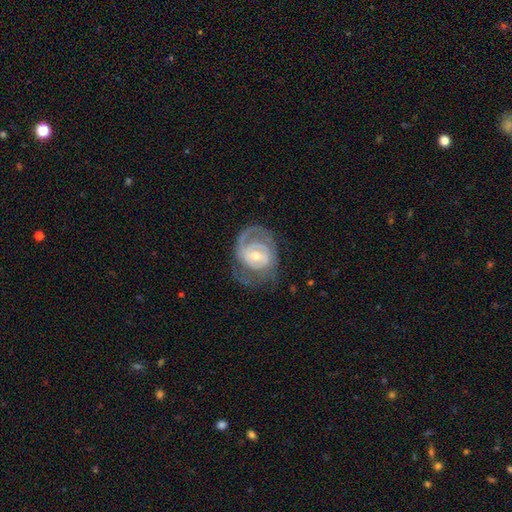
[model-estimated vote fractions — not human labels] Smooth or featured? Predicted: featured or disk (p=0.83). Edge-on disk? Predicted: no (p=0.97). Bar? Predicted: no (p=0.49). Spiral arms? Predicted: yes (p=0.90). Spiral winding? Predicted: tight (p=0.51). Spiral arm count? Predicted: 2 (p=0.50). Bulge size? Predicted: moderate (p=0.50). Merging? Predicted: none (p=0.58).